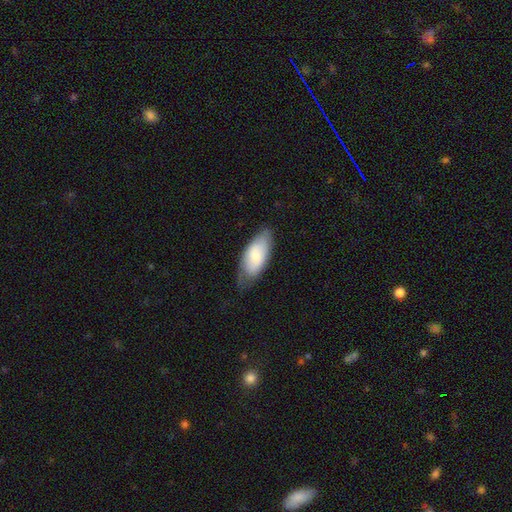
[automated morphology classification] A smooth galaxy with no disk features (67%) that is in between round and cigar-shaped (89%).

Vote fractions:
- Smooth or featured? smooth: 67% / featured or disk: 28% / star or artifact: 6%
- How rounded? in between: 89% / cigar-shaped: 9% / round: 2%
- Merging? none: 61% / minor disturbance: 30% / major disturbance: 8% / merger: 1%